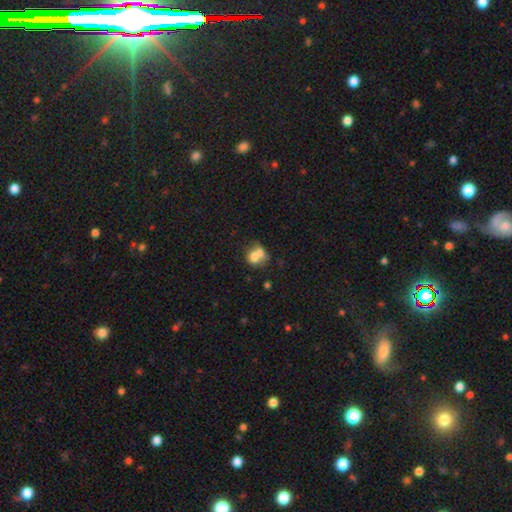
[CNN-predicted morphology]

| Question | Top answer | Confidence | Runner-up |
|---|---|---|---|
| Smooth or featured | smooth | 69% | featured or disk (21%) |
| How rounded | round | 65% | in between (34%) |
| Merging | merger | 59% | none (27%) |